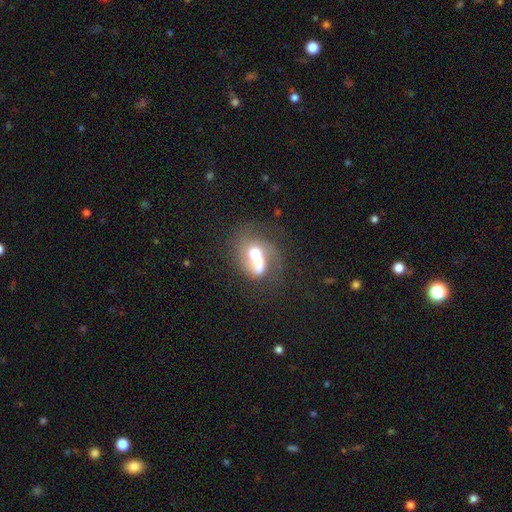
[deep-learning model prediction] smooth-or-featured: featured or disk: 48% | smooth: 42% | star or artifact: 10%
  merging: merger: 46% | none: 22% | major disturbance: 20% | minor disturbance: 13%